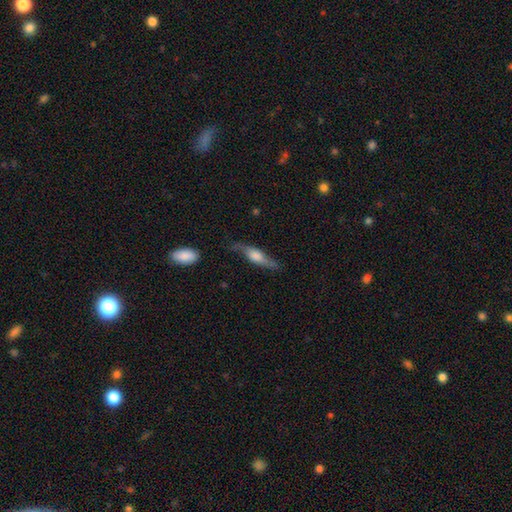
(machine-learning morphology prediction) This is likely a featured or disk galaxy (61%). It is likely viewed edge-on (74%). Merging: likely none (69%).